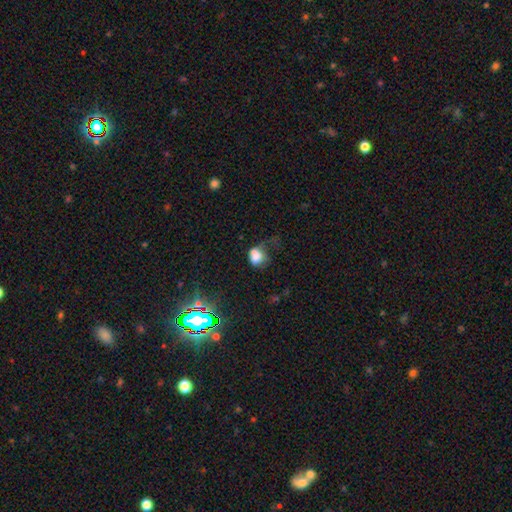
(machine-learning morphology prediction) Smooth or featured? Predicted: smooth (p=0.72). How rounded? Predicted: in between (p=0.50). Merging? Predicted: major disturbance (p=0.45).